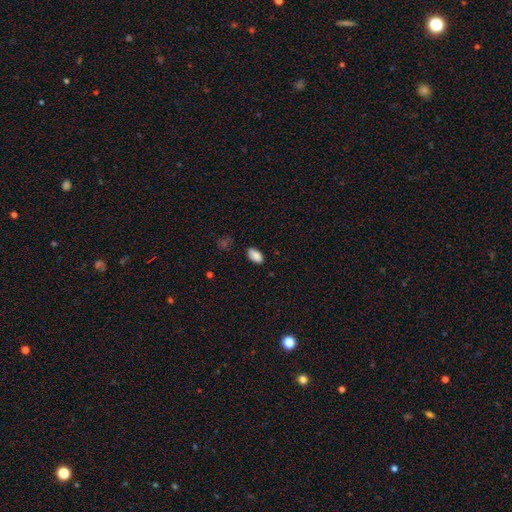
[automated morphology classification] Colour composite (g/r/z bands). It shows a smooth galaxy with no disk features (88%) that is in between round and cigar-shaped (94%). Merging: none (84%).